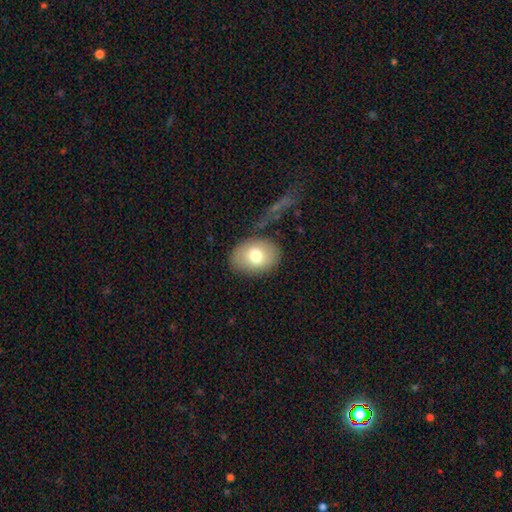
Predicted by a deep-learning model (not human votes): Overall: smooth (74%). How rounded: in between (71%). Merging: none (76%).